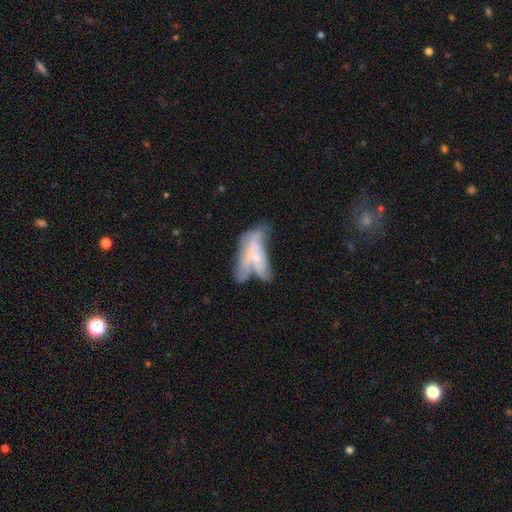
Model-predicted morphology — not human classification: Smooth or featured? Predicted: featured or disk (p=0.55). Edge-on disk? Predicted: no (p=0.83). Merging? Predicted: merger (p=0.33).